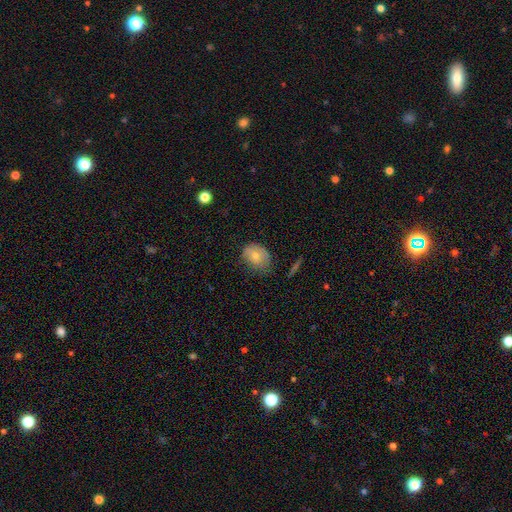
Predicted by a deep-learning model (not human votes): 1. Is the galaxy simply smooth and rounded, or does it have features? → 70% smooth, 22% featured or disk, 8% star or artifact.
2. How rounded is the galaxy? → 61% in between, 37% round, 1% cigar-shaped.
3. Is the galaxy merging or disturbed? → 53% none, 34% minor disturbance, 11% major disturbance, 2% merger.